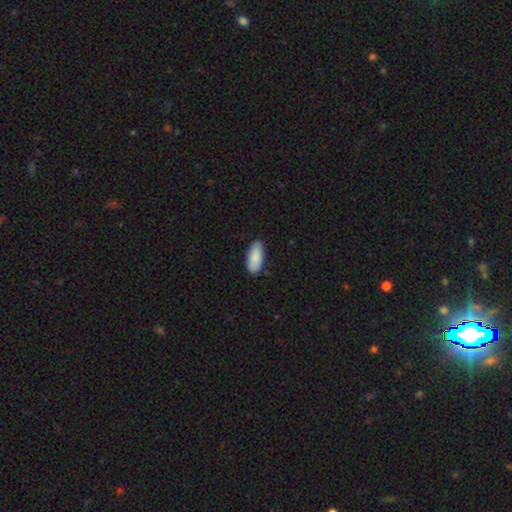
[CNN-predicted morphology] Smooth or featured: smooth — 88% (featured or disk — 7%)
How rounded: in between — 91% (cigar-shaped — 7%)
Merging: none — 85% (minor disturbance — 12%)